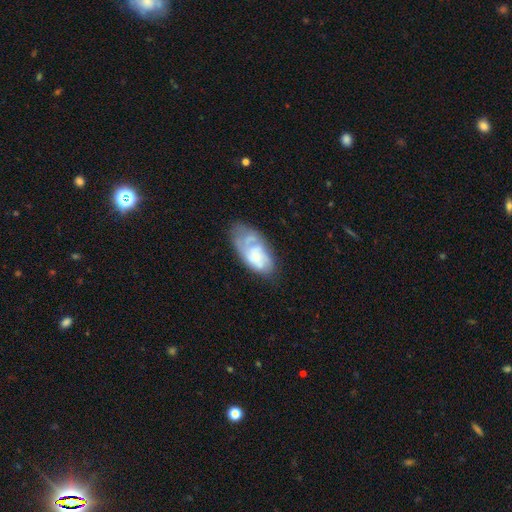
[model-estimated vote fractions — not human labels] This is likely a featured or disk galaxy (65%). It is clearly not viewed edge-on (95%). Bar: likely no (71%). Spiral arm pattern: clearly yes (80%). Central bulge: possibly small (52%). Merging: possibly none (48%).